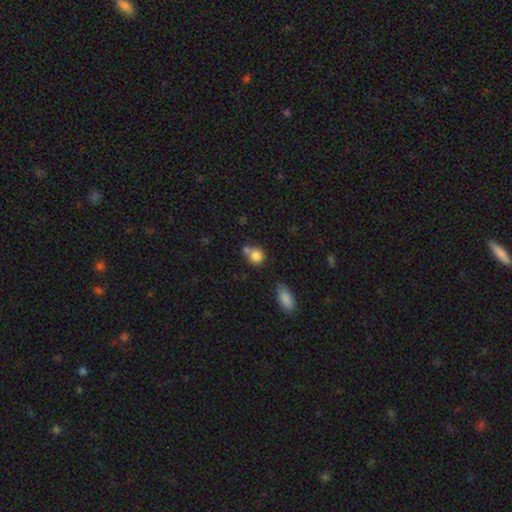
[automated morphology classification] Overall: smooth (82%). How rounded: round (81%). Merging: none (47%; merger 37%).